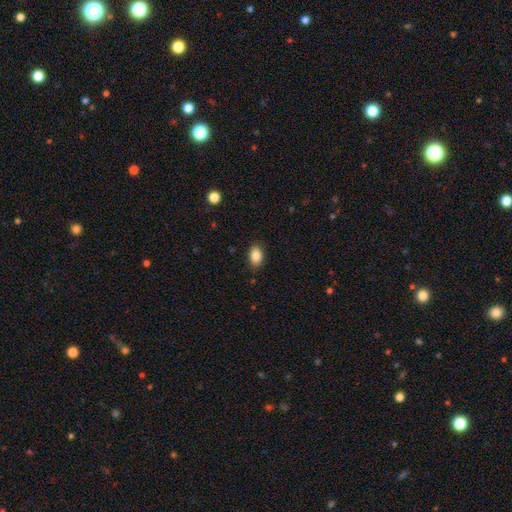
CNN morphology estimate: smooth 87%, star or artifact 8%, featured or disk 5%. Down the decision tree: how rounded — in between (88%); merging — none (87%).